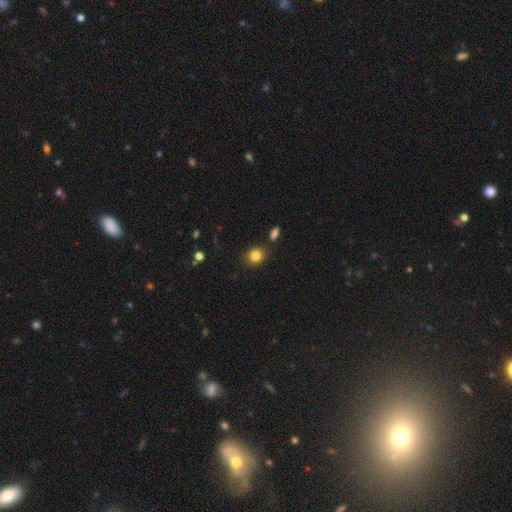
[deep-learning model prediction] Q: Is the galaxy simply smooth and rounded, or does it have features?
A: smooth — 83%.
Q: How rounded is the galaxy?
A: round — 65%.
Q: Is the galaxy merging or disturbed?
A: none — 82%.